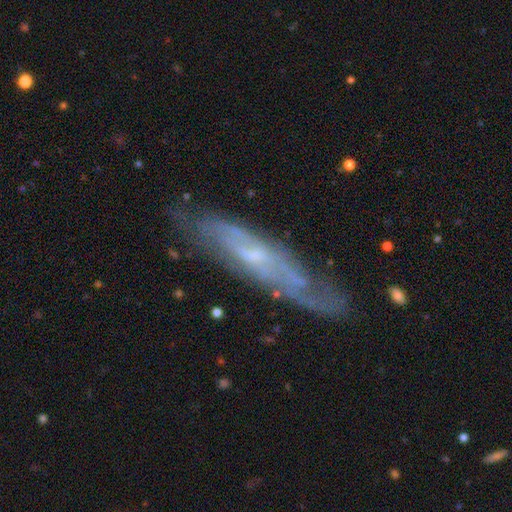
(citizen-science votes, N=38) A featured or disk galaxy (84%) with a weak bar (50%), medium (65%) spiral arms (91%) and a small central bulge (77%).

Vote fractions:
- Smooth or featured? featured or disk: 84% / smooth: 13% / star or artifact: 3%
- Edge-on disk? no: 69% / yes: 31%
- Bar? weak: 50% / no: 36% / strong: 14%
- Spiral arms? yes: 91% / no: 9%
- Spiral winding? medium: 65% / tight: 25% / loose: 10%
- Spiral arm count? can't tell: 75% / 2: 20% / 3: 5% / 1: 0% / 4: 0% / more than 4: 0%
- Bulge size? small: 77% / moderate: 14% / none: 9% / dominant: 0% / large: 0%
- Merging? none: 78% / minor disturbance: 16% / major disturbance: 5% / merger: 0%